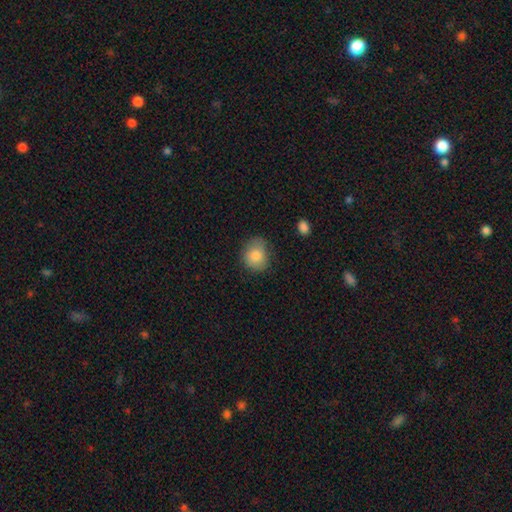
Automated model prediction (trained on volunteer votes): This is clearly a smooth galaxy (83%). How rounded: likely round (65%). Merging: likely none (69%).